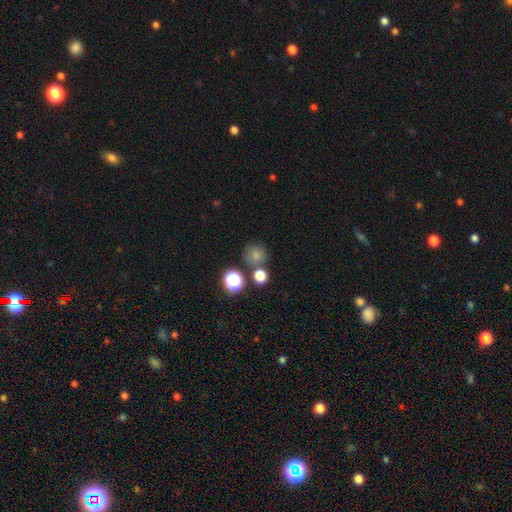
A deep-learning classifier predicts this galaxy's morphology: A smooth galaxy with no disk features (75%) that is round (89%). Merging: none (70%).